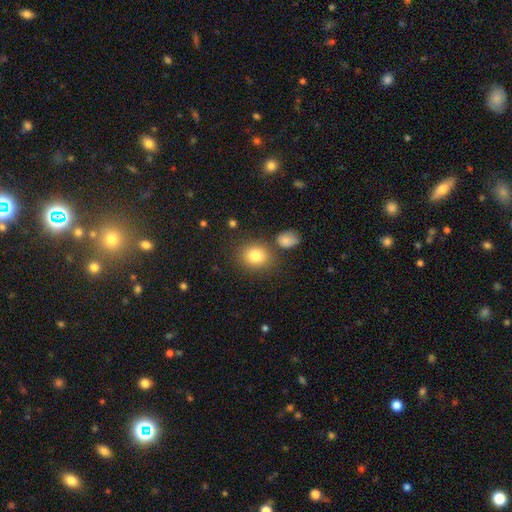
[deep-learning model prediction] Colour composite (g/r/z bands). It shows a smooth galaxy with no disk features (80%) that is round (68%). Merging: none (76%).